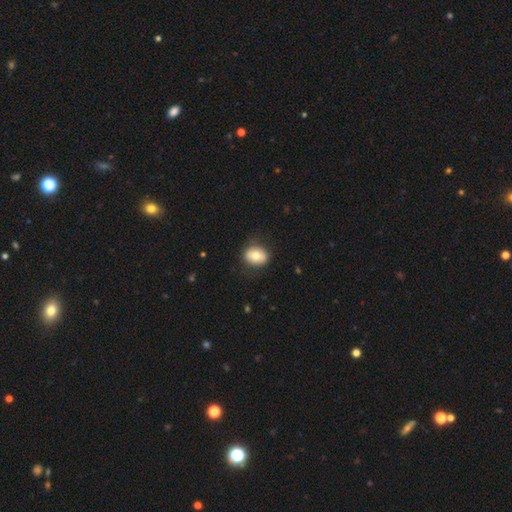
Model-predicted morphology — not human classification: smooth 72%, featured or disk 20%, star or artifact 8%. Down the decision tree: how rounded — in between (57%); merging — none (79%).